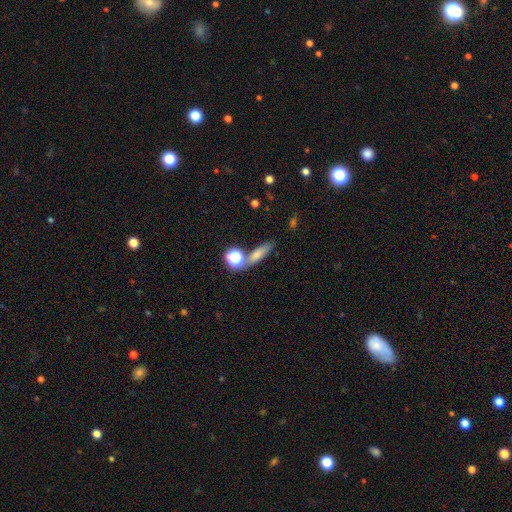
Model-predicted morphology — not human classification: Smooth or featured? smooth (64%)
How rounded? cigar-shaped (56%)
Merging? none (67%)